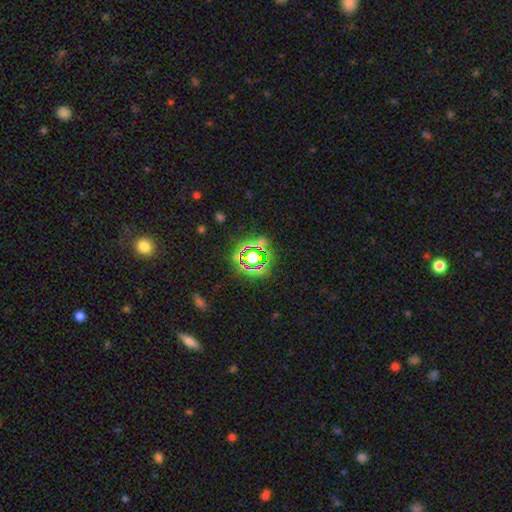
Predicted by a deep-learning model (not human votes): Smooth or featured: star or artifact — 74% (smooth — 17%)